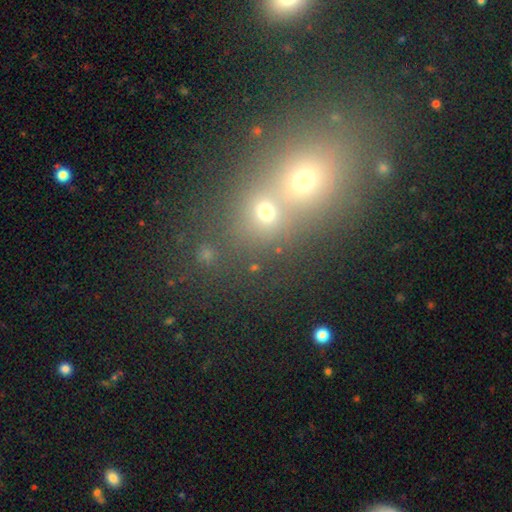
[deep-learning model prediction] smooth 47%, star or artifact 37%, featured or disk 16%. Down the decision tree: merging — merger (57%).